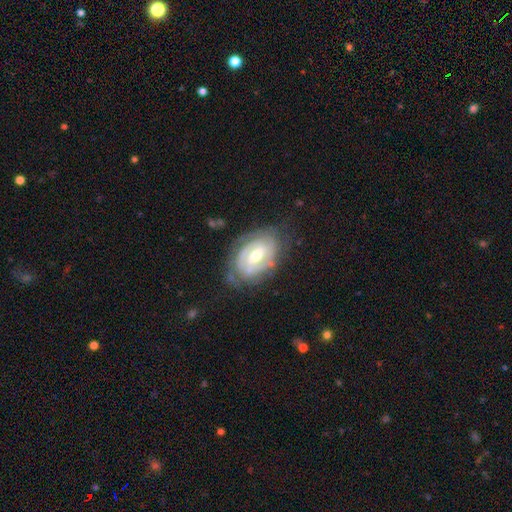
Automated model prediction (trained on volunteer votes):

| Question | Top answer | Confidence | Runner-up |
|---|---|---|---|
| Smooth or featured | featured or disk | 83% | smooth (12%) |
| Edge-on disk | no | 96% | yes (4%) |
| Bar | weak | 48% | strong (31%) |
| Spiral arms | yes | 89% | no (11%) |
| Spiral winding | tight | 66% | medium (26%) |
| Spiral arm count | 2 | 47% | can't tell (31%) |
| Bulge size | moderate | 66% | small (27%) |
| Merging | none | 68% | minor disturbance (21%) |